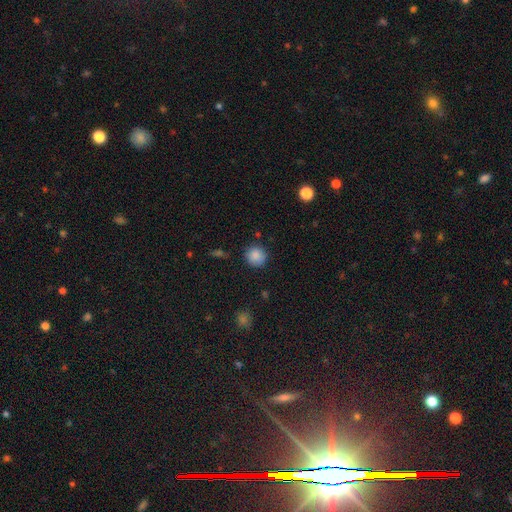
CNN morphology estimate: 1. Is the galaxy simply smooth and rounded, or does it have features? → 87% smooth, 9% star or artifact, 4% featured or disk.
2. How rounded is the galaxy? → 91% round, 8% in between, 1% cigar-shaped.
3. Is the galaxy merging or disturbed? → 85% none, 10% minor disturbance, 3% major disturbance, 2% merger.